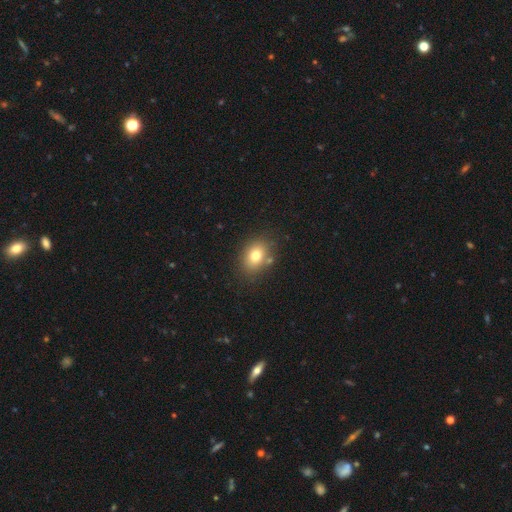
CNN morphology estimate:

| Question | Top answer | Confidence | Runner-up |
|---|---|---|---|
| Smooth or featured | smooth | 77% | featured or disk (12%) |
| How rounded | in between | 65% | round (34%) |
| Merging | none | 78% | minor disturbance (12%) |